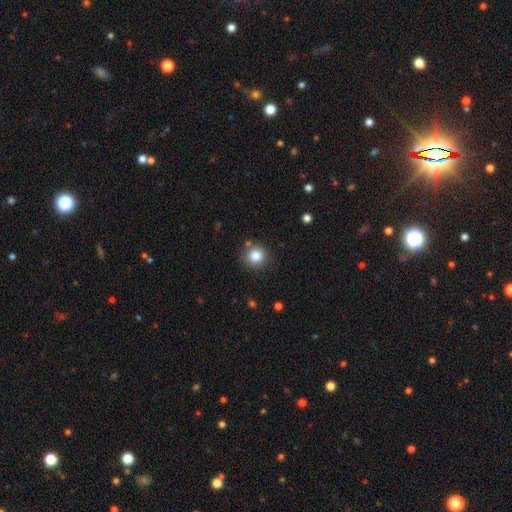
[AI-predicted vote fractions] Smooth or featured? smooth (83%)
How rounded? round (91%)
Merging? none (84%)